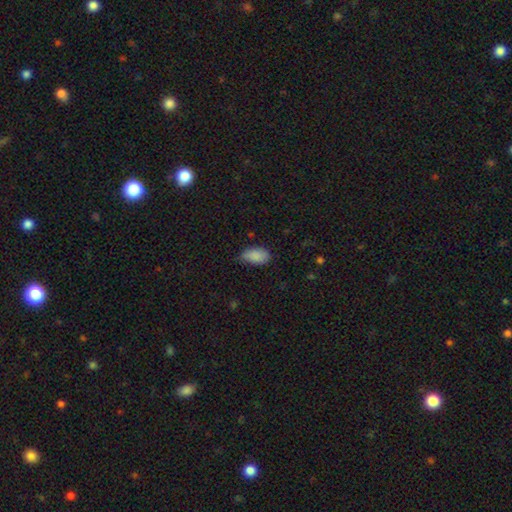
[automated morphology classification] Overall: smooth (87%). How rounded: in between (93%). Merging: none (57%; minor disturbance 36%).